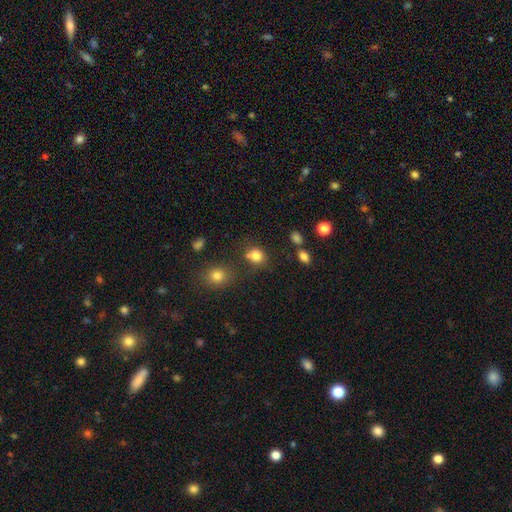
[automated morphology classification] Smooth or featured? Predicted: smooth (p=0.81). How rounded? Predicted: round (p=0.76). Merging? Predicted: none (p=0.65).